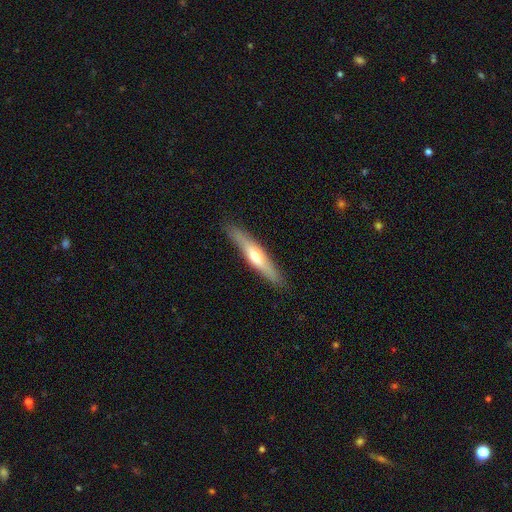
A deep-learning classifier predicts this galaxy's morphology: Smooth or featured?
  - featured or disk: 48% *
  - smooth: 47%
  - star or artifact: 6%
Merging?
  - none: 88% *
  - minor disturbance: 9%
  - major disturbance: 2%
  - merger: 1%